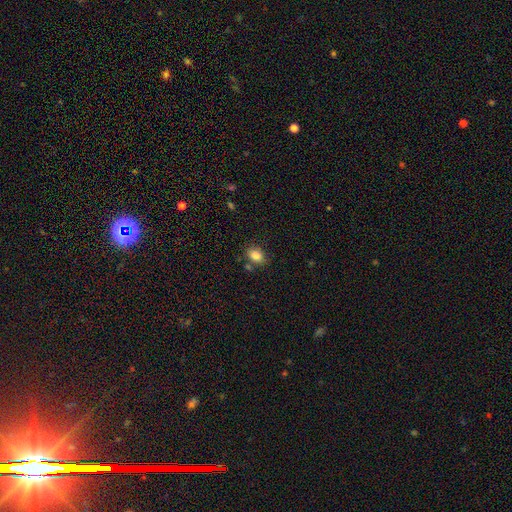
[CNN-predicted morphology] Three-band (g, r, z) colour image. It shows a smooth galaxy with no disk features (84%) that is in between round and cigar-shaped (71%). Merging: none (76%).